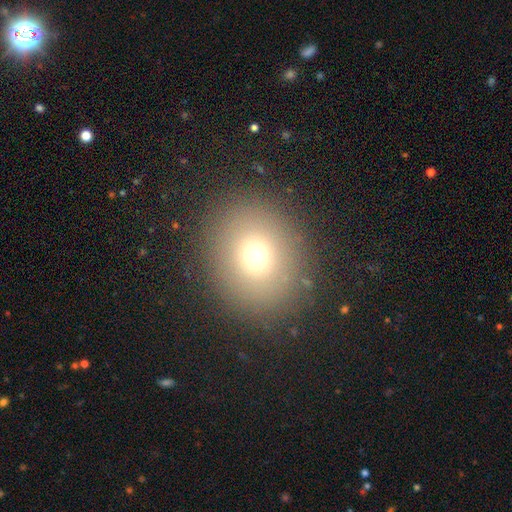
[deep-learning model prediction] Overall: smooth (70%). How rounded: round (73%). Merging: none (88%).